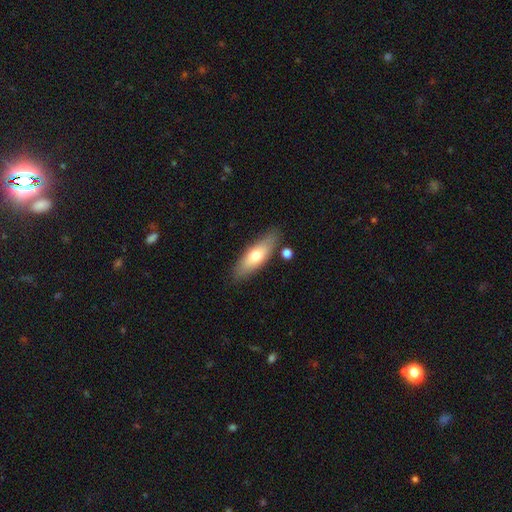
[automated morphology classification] smooth 65%, featured or disk 29%, star or artifact 6%. Down the decision tree: how rounded — in between (52%); merging — none (81%).